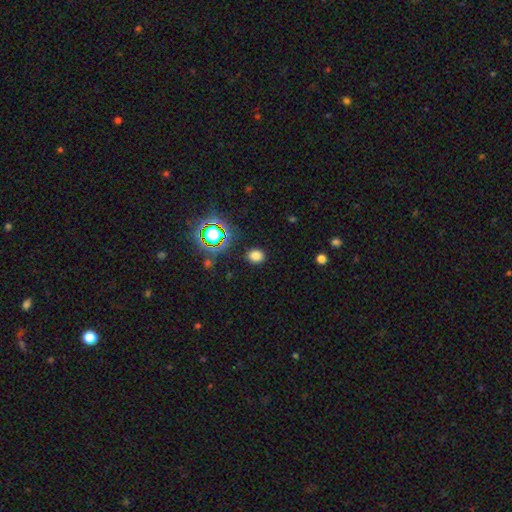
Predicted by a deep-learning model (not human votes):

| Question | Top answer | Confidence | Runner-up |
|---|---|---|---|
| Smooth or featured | smooth | 77% | star or artifact (18%) |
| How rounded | round | 61% | in between (38%) |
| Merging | none | 88% | minor disturbance (8%) |